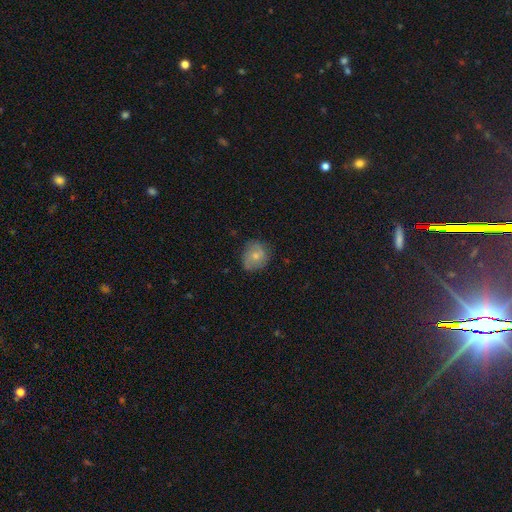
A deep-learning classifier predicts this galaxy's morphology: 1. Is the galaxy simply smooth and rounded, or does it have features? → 55% smooth, 37% featured or disk, 9% star or artifact.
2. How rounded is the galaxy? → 72% round, 27% in between, 1% cigar-shaped.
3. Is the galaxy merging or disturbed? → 71% none, 22% minor disturbance, 6% major disturbance, 2% merger.